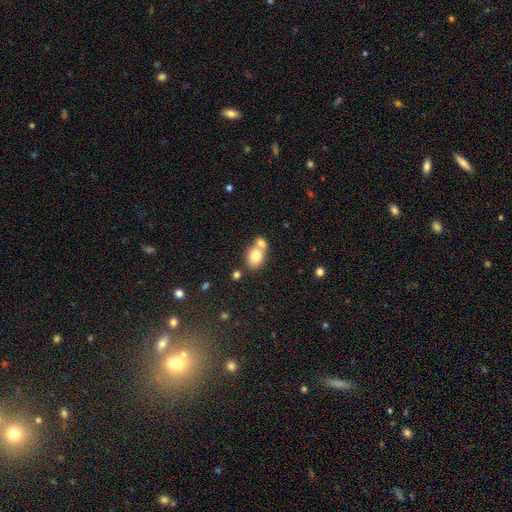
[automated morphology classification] Smooth or featured?
  - smooth: 77% *
  - featured or disk: 14%
  - star or artifact: 8%
How rounded?
  - in between: 64% *
  - round: 35%
  - cigar-shaped: 1%
Merging?
  - merger: 51% *
  - none: 36%
  - minor disturbance: 10%
  - major disturbance: 3%